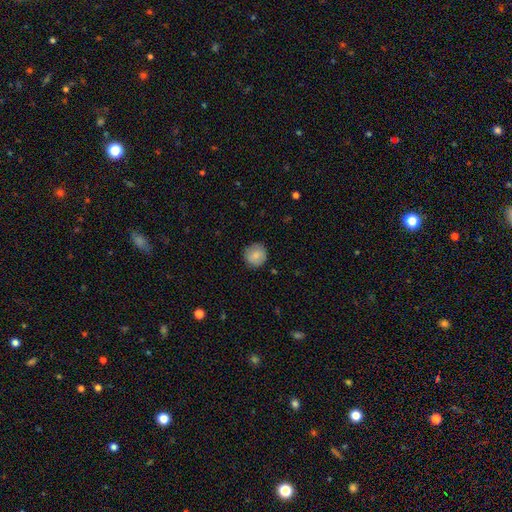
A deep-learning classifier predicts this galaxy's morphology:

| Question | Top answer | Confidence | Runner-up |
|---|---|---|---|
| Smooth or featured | smooth | 84% | featured or disk (9%) |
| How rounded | round | 91% | in between (8%) |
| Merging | none | 85% | minor disturbance (12%) |